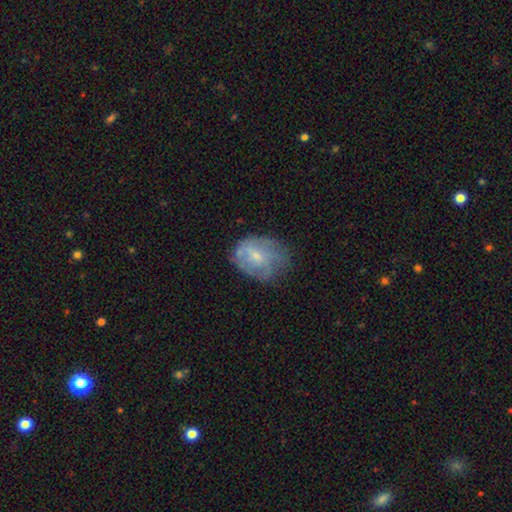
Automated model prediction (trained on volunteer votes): smooth_or_featured: featured or disk (p=0.52) [alt: smooth p=0.40]
disk_edge_on: no (p=0.97) [alt: yes p=0.03]
bar: no (p=0.62) [alt: weak p=0.33]
has_spiral_arms: yes (p=0.57) [alt: no p=0.43]
bulge_size: small (p=0.64) [alt: moderate p=0.25]
merging: none (p=0.52) [alt: minor disturbance p=0.30]